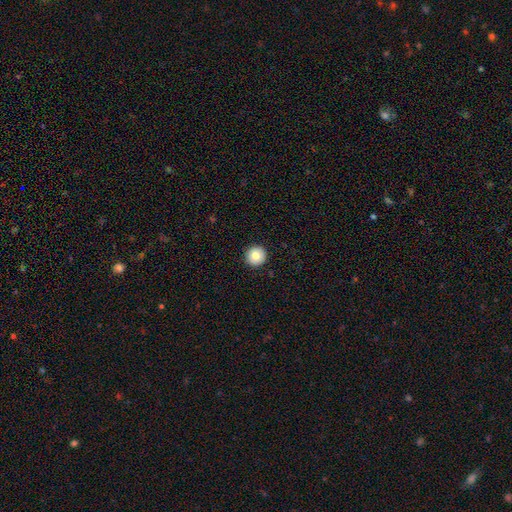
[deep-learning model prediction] Smooth or featured? Predicted: smooth (p=0.83). How rounded? Predicted: round (p=0.96). Merging? Predicted: none (p=0.93).